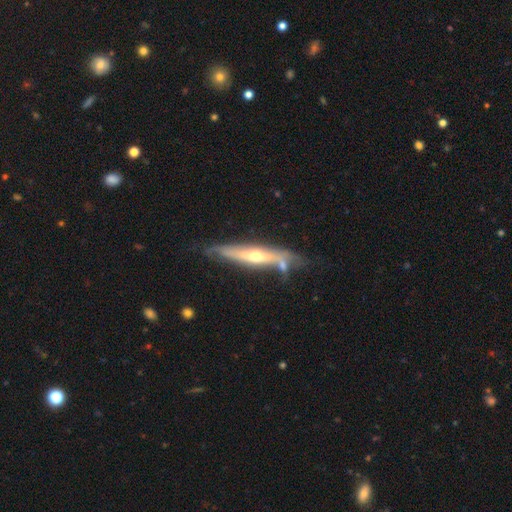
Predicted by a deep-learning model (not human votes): Q: Smooth or featured?
A: featured or disk (70%); runner-up: smooth (25%)
Q: Edge-on disk?
A: yes (81%); runner-up: no (19%)
Q: Edge-on bulge?
A: rounded (85%); runner-up: none (12%)
Q: Merging?
A: none (60%); runner-up: minor disturbance (22%)